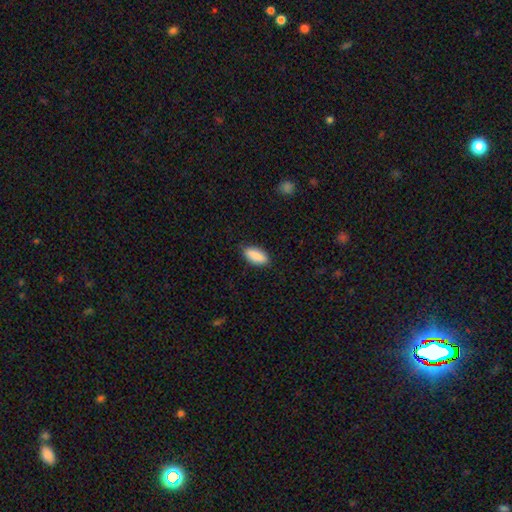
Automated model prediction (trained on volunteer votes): The model was most divided on "how rounded": in between: 83%, cigar-shaped: 14%, round: 3%. More confident: smooth or featured — smooth (88%); merging — none (84%).